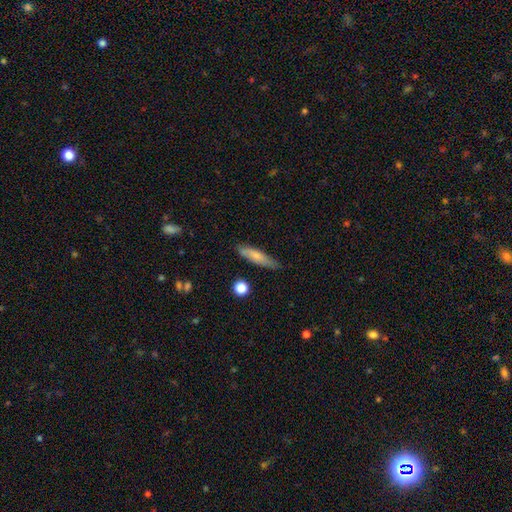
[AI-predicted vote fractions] Overall: smooth (69%). How rounded: cigar-shaped (77%). Merging: none (74%).